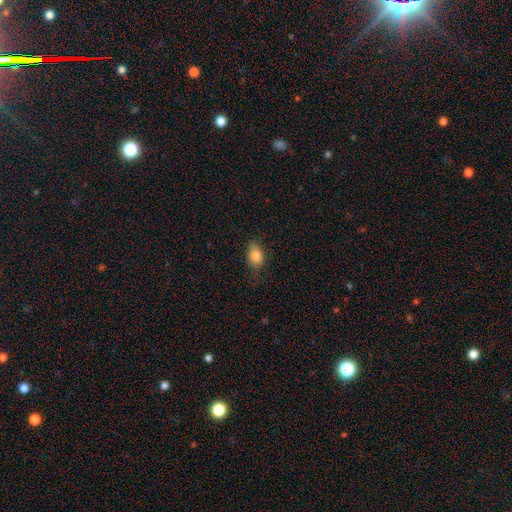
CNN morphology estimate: This is clearly a smooth galaxy (85%). How rounded: clearly in between (82%). Merging: likely none (68%).